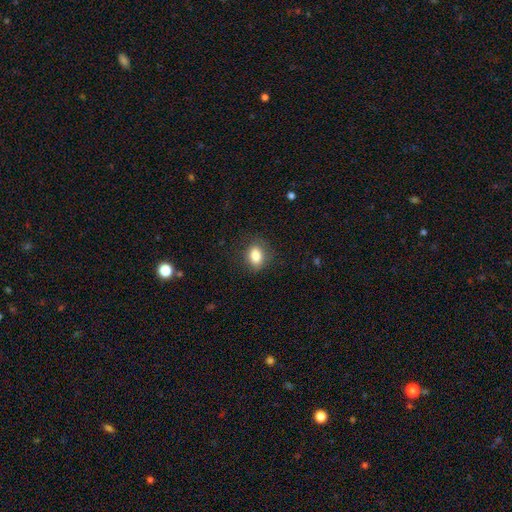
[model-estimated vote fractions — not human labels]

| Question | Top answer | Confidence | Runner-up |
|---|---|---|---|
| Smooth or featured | smooth | 85% | star or artifact (9%) |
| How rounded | in between | 73% | round (25%) |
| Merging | none | 80% | minor disturbance (15%) |